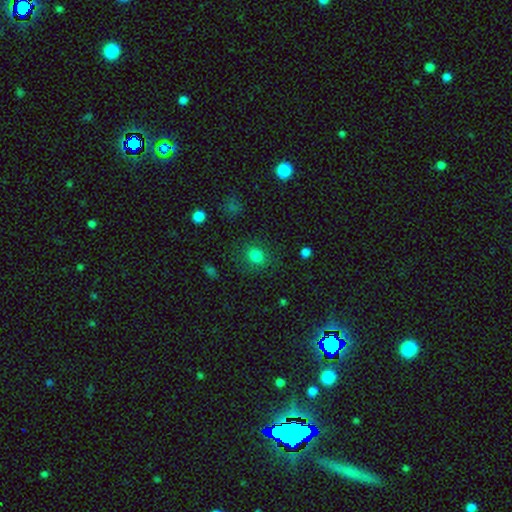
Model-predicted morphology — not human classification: smooth-or-featured: smooth: 81% | star or artifact: 13% | featured or disk: 6%
  how-rounded: round: 65% | in between: 34% | cigar-shaped: 1%
  merging: none: 80% | minor disturbance: 12% | major disturbance: 6% | merger: 2%